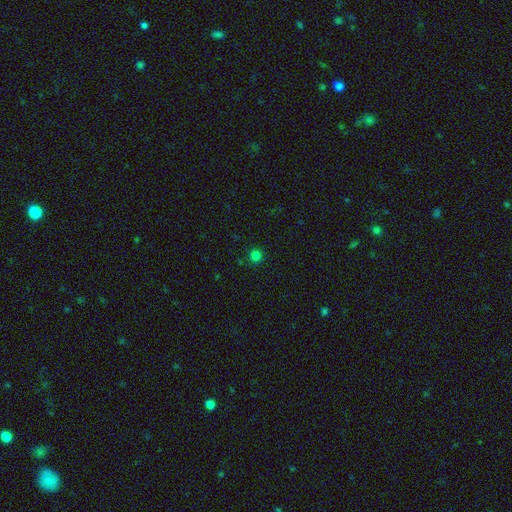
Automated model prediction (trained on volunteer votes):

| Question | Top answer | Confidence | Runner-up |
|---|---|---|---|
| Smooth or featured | smooth | 78% | star or artifact (18%) |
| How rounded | round | 94% | in between (5%) |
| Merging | none | 91% | minor disturbance (5%) |